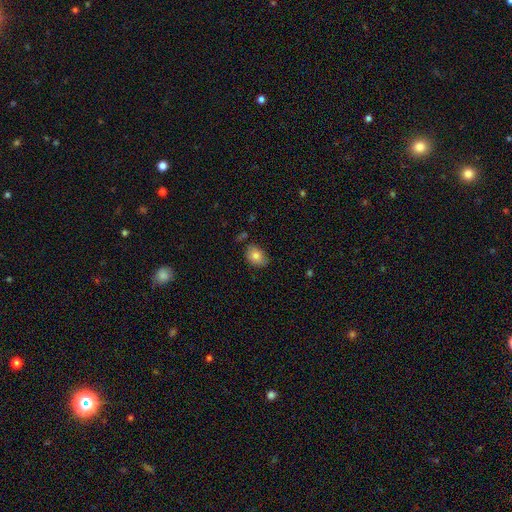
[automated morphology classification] type=smooth (81%); roundness=in between (69%); merging=none (71%).